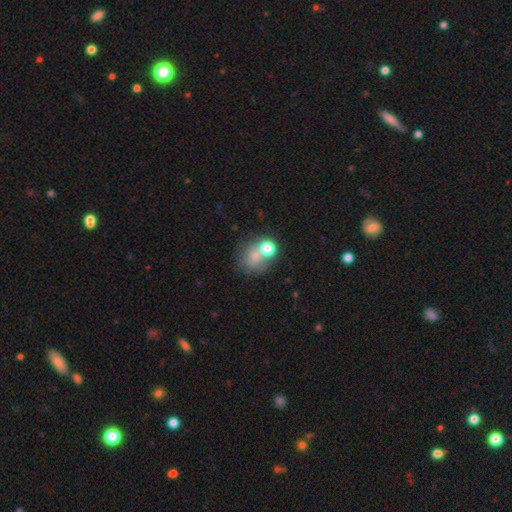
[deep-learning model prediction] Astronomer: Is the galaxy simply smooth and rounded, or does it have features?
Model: smooth — 68%.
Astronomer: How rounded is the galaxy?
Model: round — 70%.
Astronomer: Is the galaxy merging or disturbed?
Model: merger — 40% (runner-up: none, 39%).